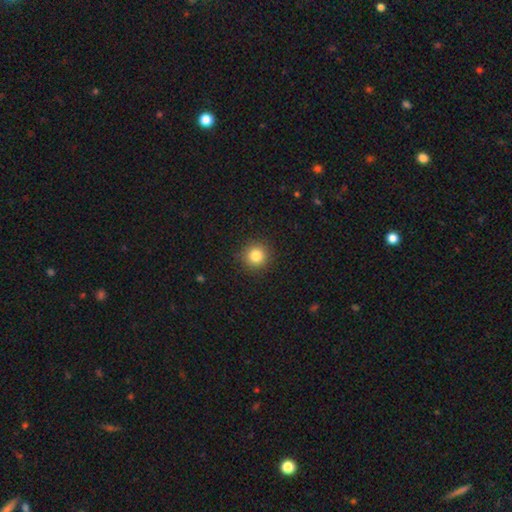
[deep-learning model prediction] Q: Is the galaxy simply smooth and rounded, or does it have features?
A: smooth — 83%.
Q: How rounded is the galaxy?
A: round — 94%.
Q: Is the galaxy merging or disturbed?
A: none — 91%.